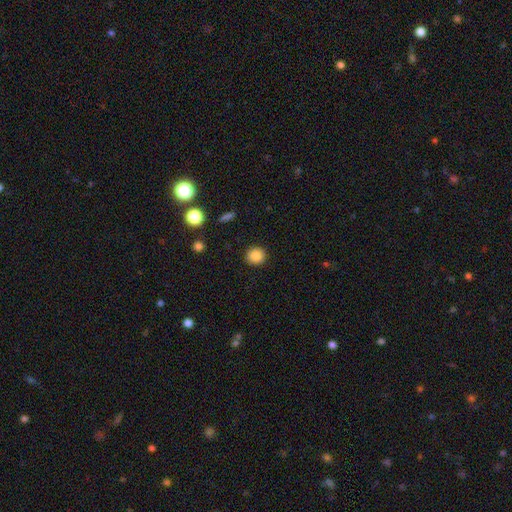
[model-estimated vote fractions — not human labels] This appears to be a smooth galaxy with no disk features (86%) that is round (89%). Merging: none (91%).